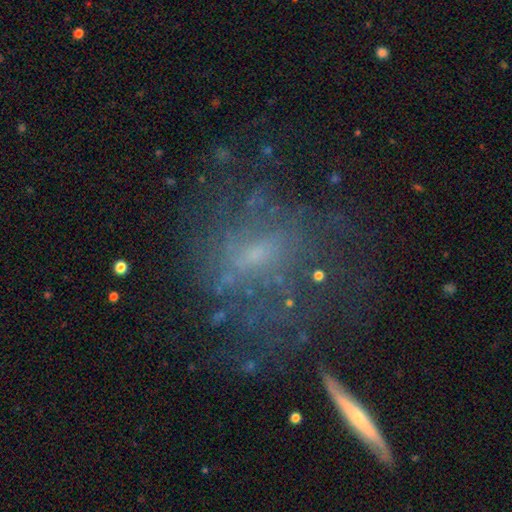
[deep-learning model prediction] Smooth or featured? Predicted: featured or disk (p=0.59). Edge-on disk? Predicted: no (p=0.89). Bar? Predicted: no (p=0.52). Spiral arms? Predicted: no (p=0.54). Bulge size? Predicted: small (p=0.59). Merging? Predicted: none (p=0.55).